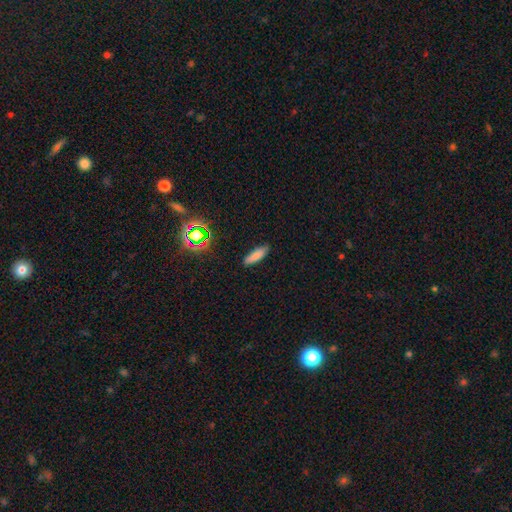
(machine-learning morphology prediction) This is likely a smooth galaxy (79%). How rounded: likely cigar-shaped (62%). Merging: clearly none (86%).